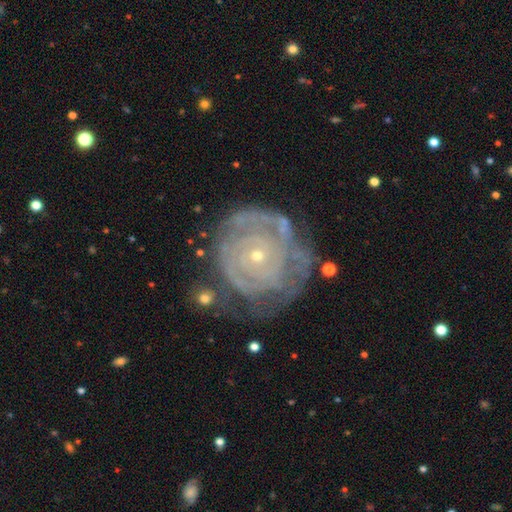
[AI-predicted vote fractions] smooth-or-featured: featured or disk: 82% | smooth: 11% | star or artifact: 7%
  disk-edge-on: no: 97% | yes: 3%
    bar: no: 84% | weak: 12% | strong: 4%
    has-spiral-arms: yes: 85% | no: 15%
      spiral-winding: tight: 83% | medium: 13% | loose: 4%
      spiral-arm-count: can't tell: 47% | 2: 15% | 3: 14% | 4: 10% | more than 4: 7% | 1: 6%
    bulge-size: small: 83% | moderate: 14% | none: 1% | large: 1% | dominant: 1%
  merging: none: 64% | minor disturbance: 21% | major disturbance: 12% | merger: 3%